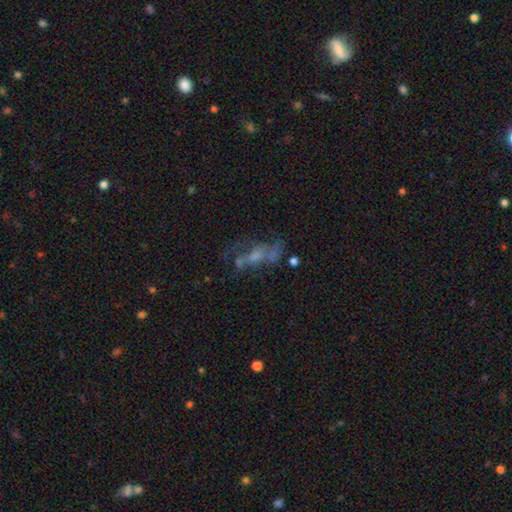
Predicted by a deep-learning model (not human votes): Smooth or featured? Predicted: featured or disk (p=0.55). Edge-on disk? Predicted: no (p=0.87). Merging? Predicted: none (p=0.42).